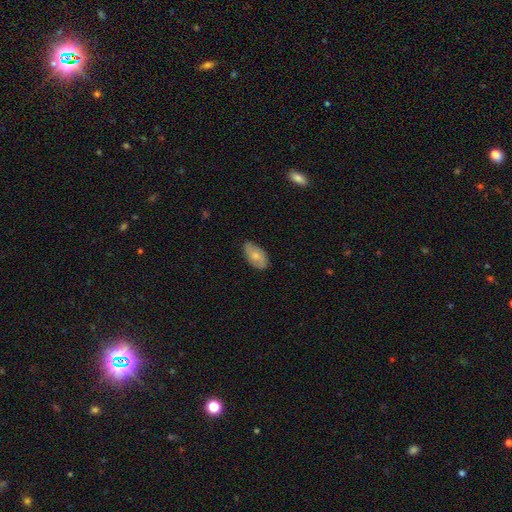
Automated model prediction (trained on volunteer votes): This appears to be a smooth galaxy with no disk features (70%) that is in between round and cigar-shaped (94%). Merging: none (78%).